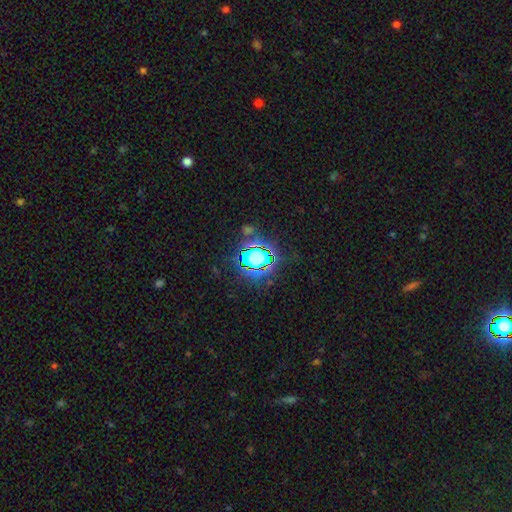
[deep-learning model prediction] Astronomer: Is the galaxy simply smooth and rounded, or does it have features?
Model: star or artifact — 64%.